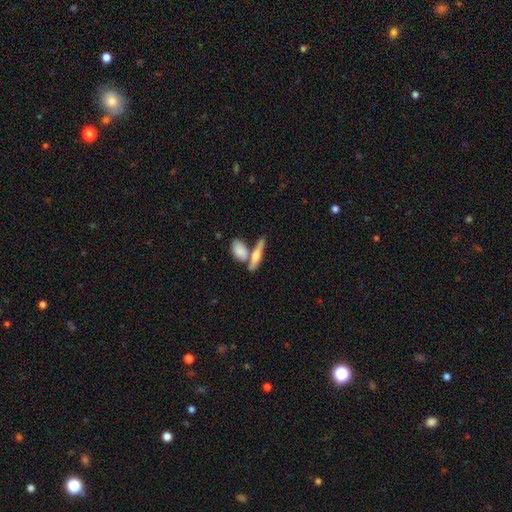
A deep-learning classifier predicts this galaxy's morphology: Q: Smooth or featured?
A: smooth (56%); runner-up: featured or disk (38%)
Q: How rounded?
A: cigar-shaped (52%); runner-up: in between (42%)
Q: Merging?
A: none (53%); runner-up: merger (33%)